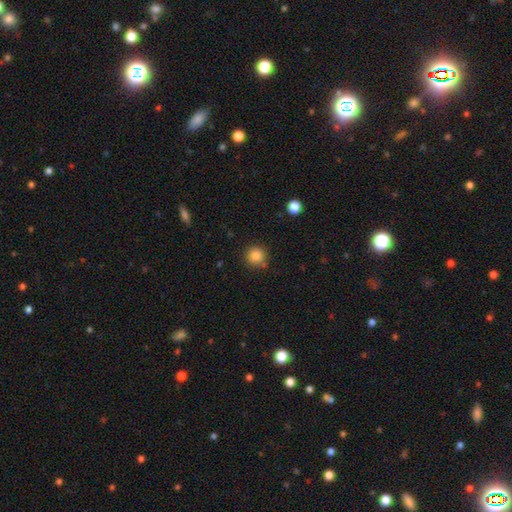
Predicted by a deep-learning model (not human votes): smooth 85%, star or artifact 10%, featured or disk 4%. Down the decision tree: how rounded — round (93%); merging — none (81%).